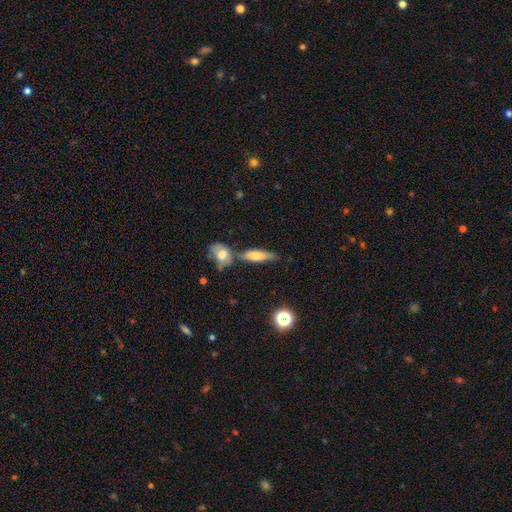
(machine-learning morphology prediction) smooth-or-featured: smooth: 61% | featured or disk: 30% | star or artifact: 9%
  how-rounded: cigar-shaped: 54% | in between: 41% | round: 4%
  merging: none: 54% | merger: 24% | minor disturbance: 16% | major disturbance: 5%